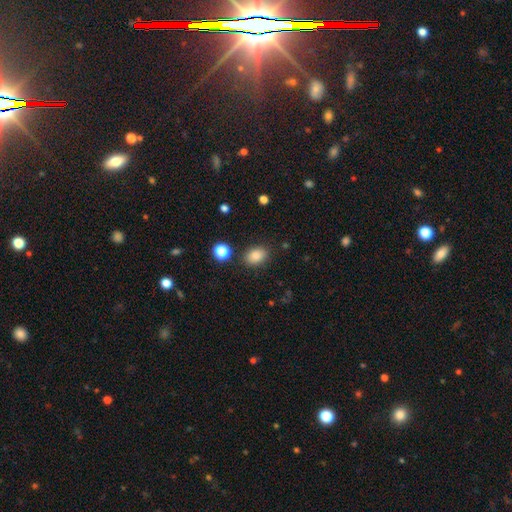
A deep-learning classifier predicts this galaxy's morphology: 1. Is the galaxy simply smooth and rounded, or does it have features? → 86% smooth, 10% star or artifact, 5% featured or disk.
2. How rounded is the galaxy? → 79% in between, 20% round, 1% cigar-shaped.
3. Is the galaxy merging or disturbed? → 83% none, 10% minor disturbance, 3% major disturbance, 3% merger.